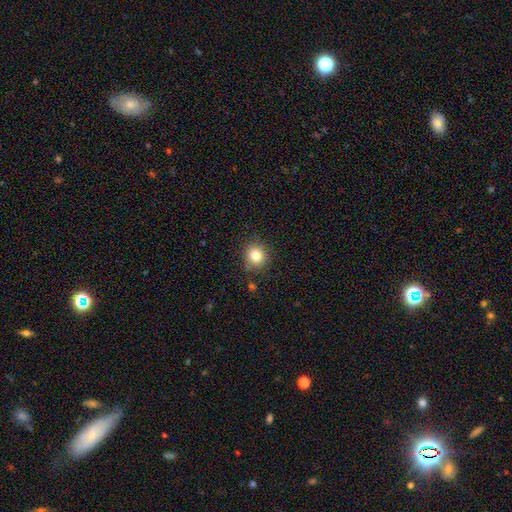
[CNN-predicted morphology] Overall: smooth (81%). How rounded: round (87%). Merging: none (86%).